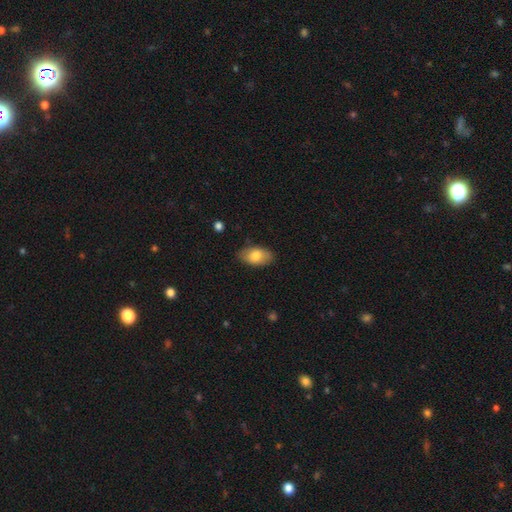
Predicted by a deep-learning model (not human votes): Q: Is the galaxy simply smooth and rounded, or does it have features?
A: smooth — 79%.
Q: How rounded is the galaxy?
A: in between — 93%.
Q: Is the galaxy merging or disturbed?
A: none — 82%.